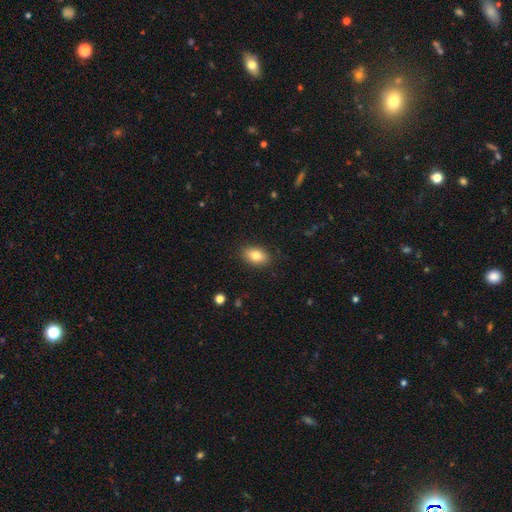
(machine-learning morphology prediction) This is clearly a smooth galaxy (81%). How rounded: clearly in between (88%). Merging: clearly none (87%).